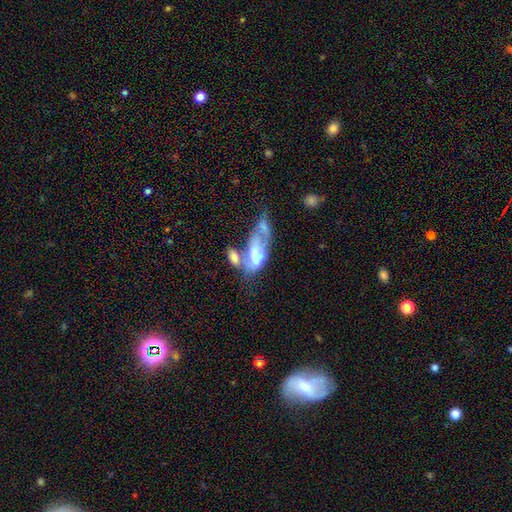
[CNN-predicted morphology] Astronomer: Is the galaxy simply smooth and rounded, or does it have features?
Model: featured or disk — 47% (runner-up: smooth, 44%).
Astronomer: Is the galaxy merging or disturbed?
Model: merger — 56%.